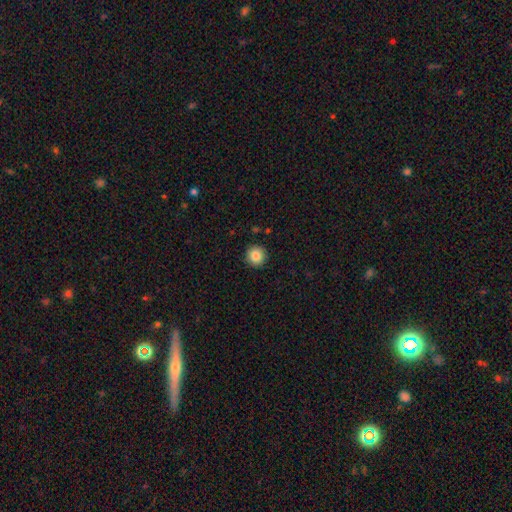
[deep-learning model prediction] smooth_or_featured: smooth (p=0.85) [alt: star or artifact p=0.09]
how_rounded: round (p=0.94) [alt: in between p=0.05]
merging: none (p=0.92) [alt: minor disturbance p=0.05]